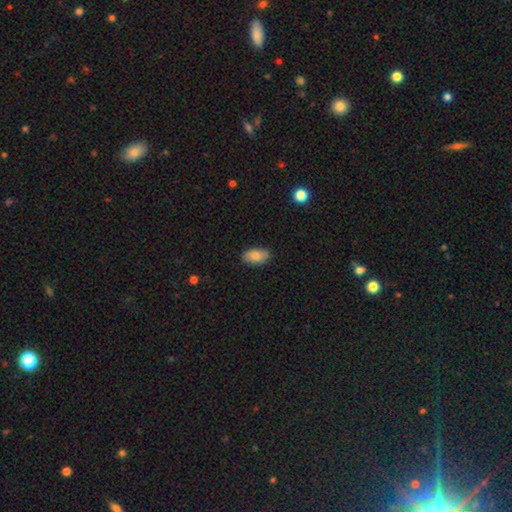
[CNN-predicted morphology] The model was most divided on "merging": none: 85%, minor disturbance: 12%, major disturbance: 2%, merger: 1%. More confident: how rounded — in between (93%); smooth or featured — smooth (85%).